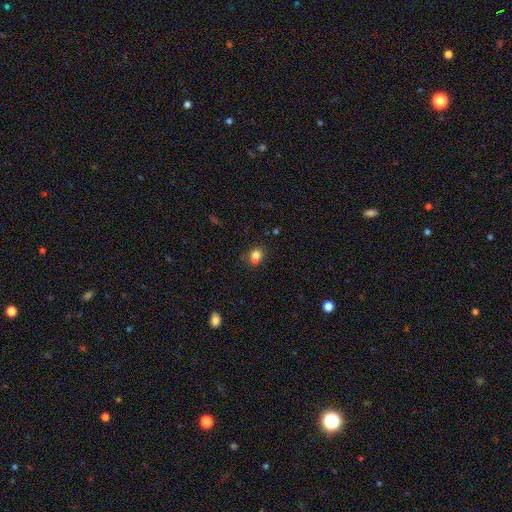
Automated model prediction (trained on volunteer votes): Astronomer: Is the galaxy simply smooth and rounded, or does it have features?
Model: smooth — 79%.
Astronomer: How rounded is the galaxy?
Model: round — 61% (runner-up: in between, 38%).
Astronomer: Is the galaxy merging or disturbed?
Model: none — 58%.